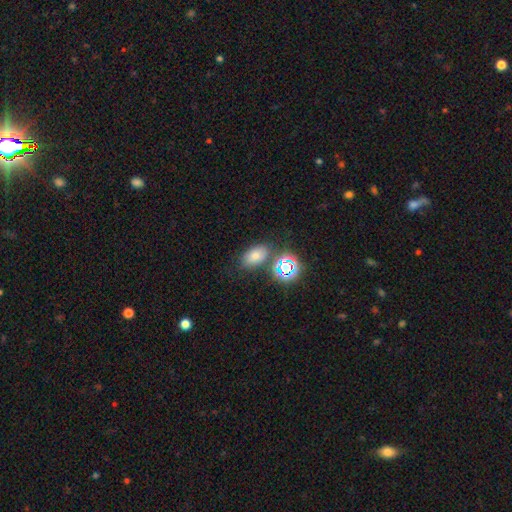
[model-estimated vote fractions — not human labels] Smooth or featured?
  - smooth: 66% *
  - star or artifact: 23%
  - featured or disk: 11%
How rounded?
  - in between: 83% *
  - round: 15%
  - cigar-shaped: 2%
Merging?
  - none: 74% *
  - minor disturbance: 13%
  - merger: 9%
  - major disturbance: 4%